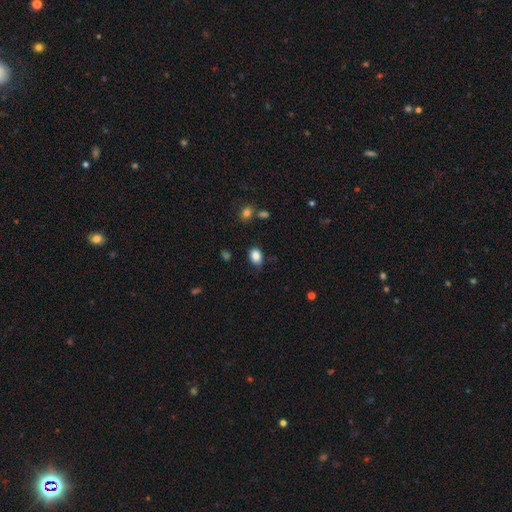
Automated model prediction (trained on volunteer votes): A smooth galaxy with no disk features (85%) that is in between round and cigar-shaped (71%). Merging: none (70%).